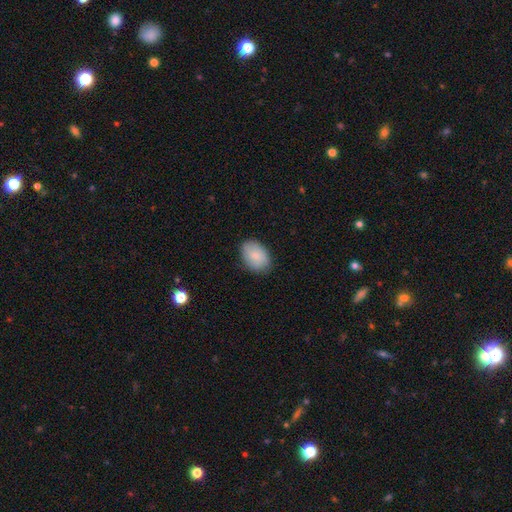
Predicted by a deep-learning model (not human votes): This appears to be a smooth galaxy with no disk features (83%) that is in between round and cigar-shaped (84%). Merging: none (81%).